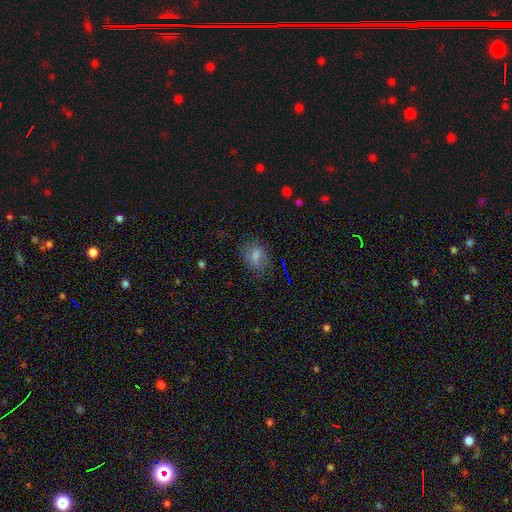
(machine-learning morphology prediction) A smooth galaxy with no disk features (62%) that is in between round and cigar-shaped (57%). Merging: none (76%).